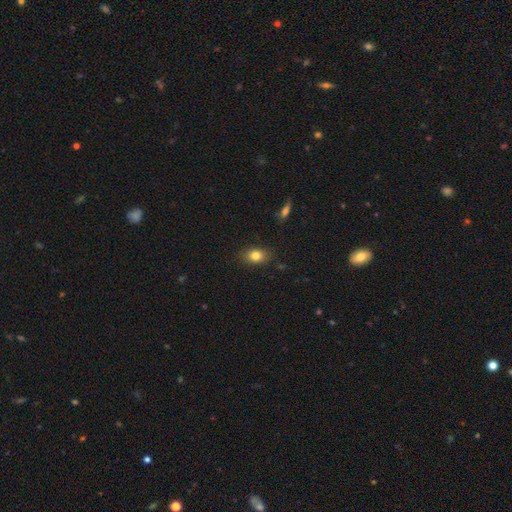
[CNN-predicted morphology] Smooth or featured?
  - smooth: 81% *
  - star or artifact: 10%
  - featured or disk: 9%
How rounded?
  - in between: 72% *
  - round: 26%
  - cigar-shaped: 2%
Merging?
  - none: 83% *
  - minor disturbance: 13%
  - major disturbance: 3%
  - merger: 1%